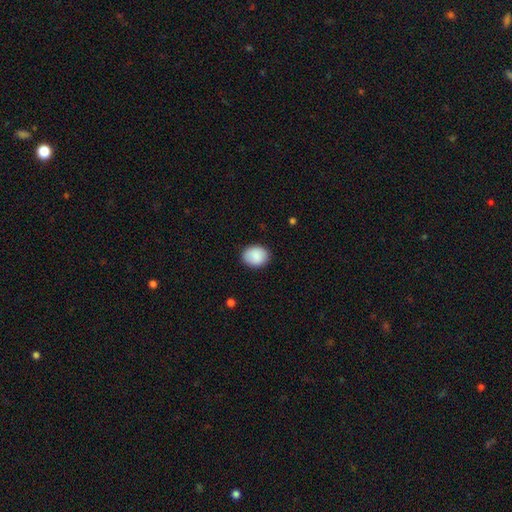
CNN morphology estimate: Q: Smooth or featured?
A: smooth (89%); runner-up: star or artifact (7%)
Q: How rounded?
A: round (55%); runner-up: in between (44%)
Q: Merging?
A: none (87%); runner-up: minor disturbance (10%)